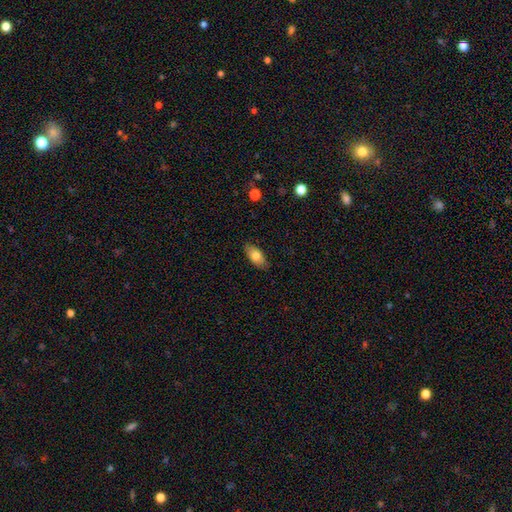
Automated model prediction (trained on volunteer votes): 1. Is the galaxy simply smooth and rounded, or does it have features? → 77% smooth, 17% featured or disk, 7% star or artifact.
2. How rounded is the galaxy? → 90% in between, 6% cigar-shaped, 4% round.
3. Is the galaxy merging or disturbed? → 84% none, 12% minor disturbance, 2% major disturbance, 1% merger.